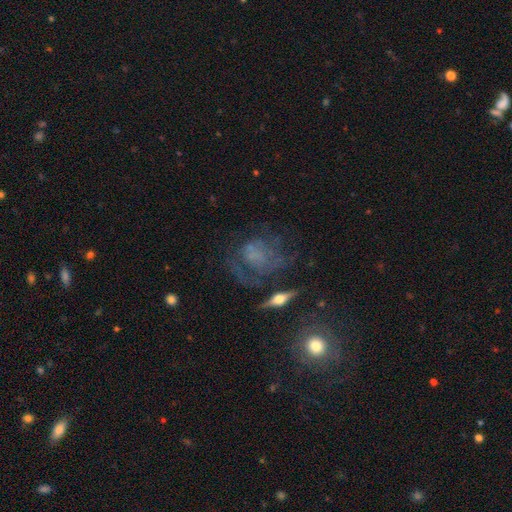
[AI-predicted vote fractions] Smooth or featured?
  - featured or disk: 54% *
  - smooth: 29%
  - star or artifact: 17%
Edge-on disk?
  - no: 92% *
  - yes: 8%
Merging?
  - none: 41% *
  - major disturbance: 34%
  - minor disturbance: 20%
  - merger: 5%